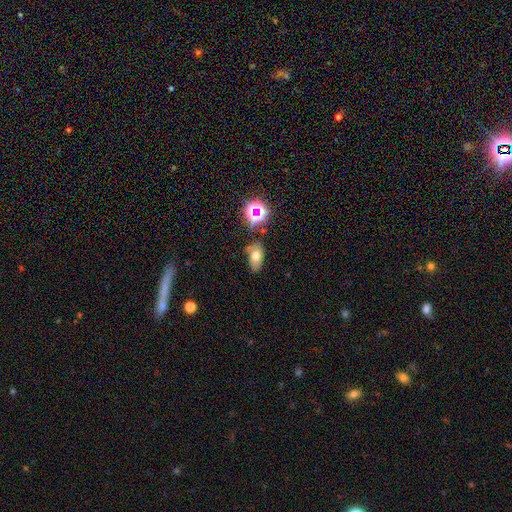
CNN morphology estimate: This is likely a smooth galaxy (67%). How rounded: clearly in between (88%). Merging: possibly none (59%).